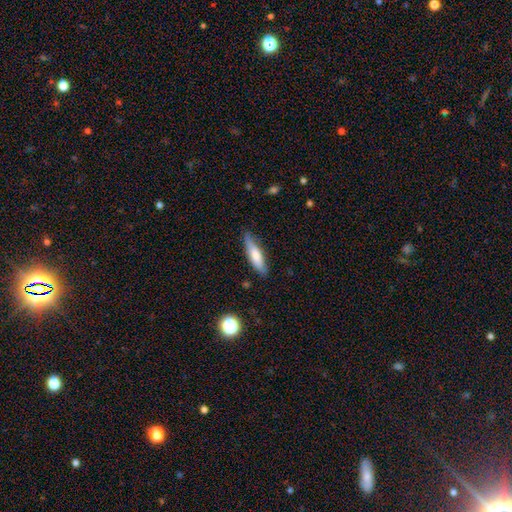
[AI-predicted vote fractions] Smooth or featured? smooth (69%)
How rounded? cigar-shaped (70%)
Merging? none (79%)